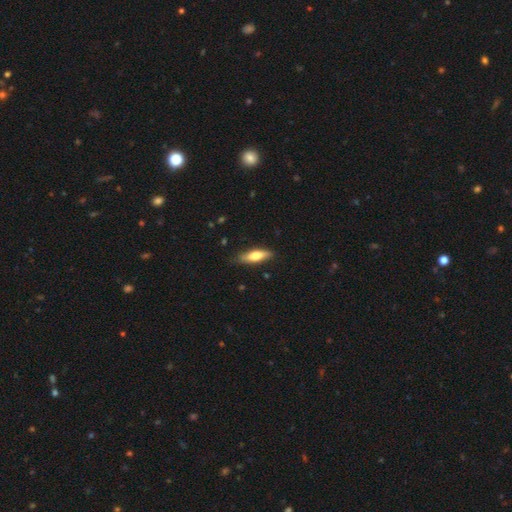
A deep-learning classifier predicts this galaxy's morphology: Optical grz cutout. It shows a smooth galaxy with no disk features (66%) that is cigar-shaped (54%). Merging: none (81%).